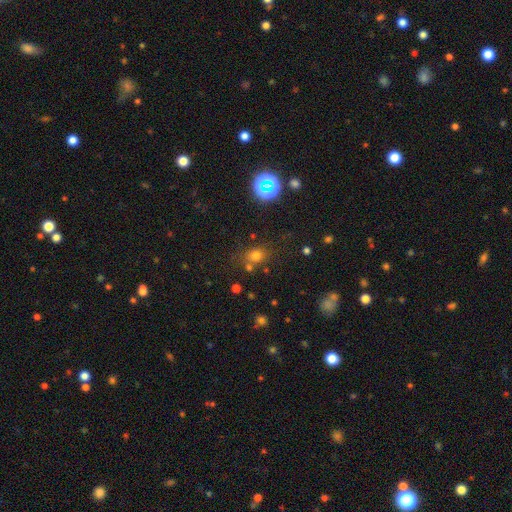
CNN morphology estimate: Smooth or featured? smooth (66%)
How rounded? round (65%)
Merging? none (69%)